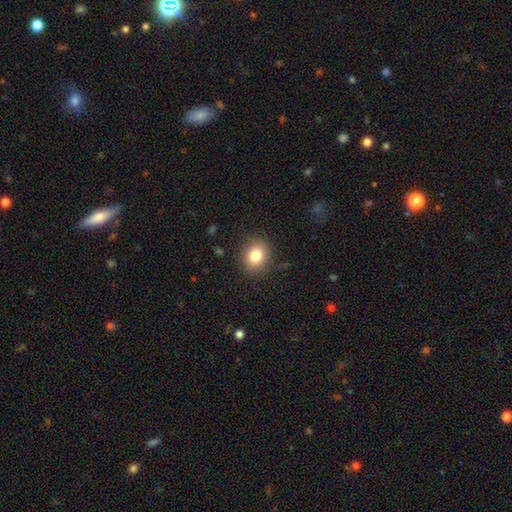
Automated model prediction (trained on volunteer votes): Morphology: type=smooth (82%); roundness=round (66%); merging=none (87%).